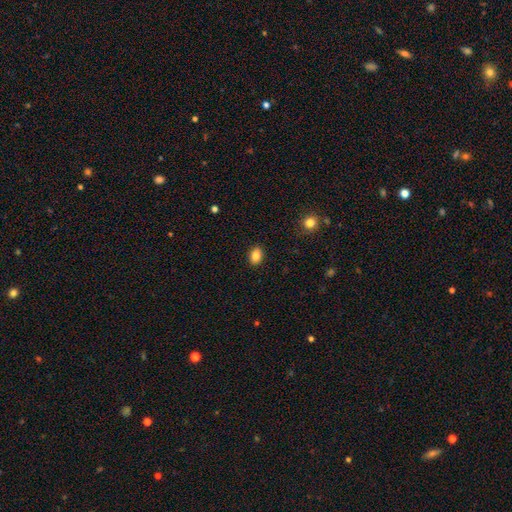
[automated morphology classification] A smooth galaxy with no disk features (86%) that is in between round and cigar-shaped (78%).

Vote fractions:
- Smooth or featured? smooth: 86% / star or artifact: 9% / featured or disk: 5%
- How rounded? in between: 78% / round: 21% / cigar-shaped: 1%
- Merging? none: 88% / minor disturbance: 9% / major disturbance: 2% / merger: 1%